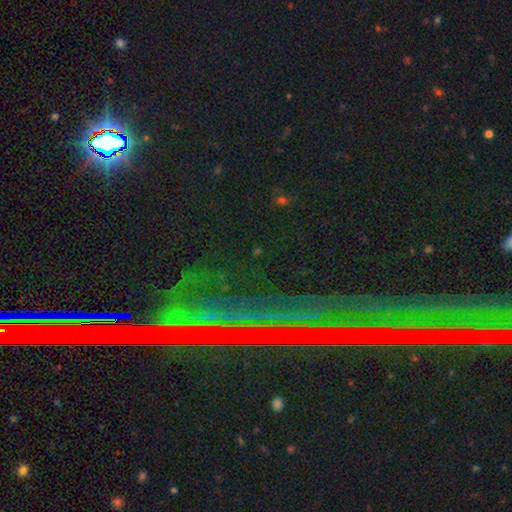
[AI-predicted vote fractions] Smooth or featured? Predicted: star or artifact (p=0.86).